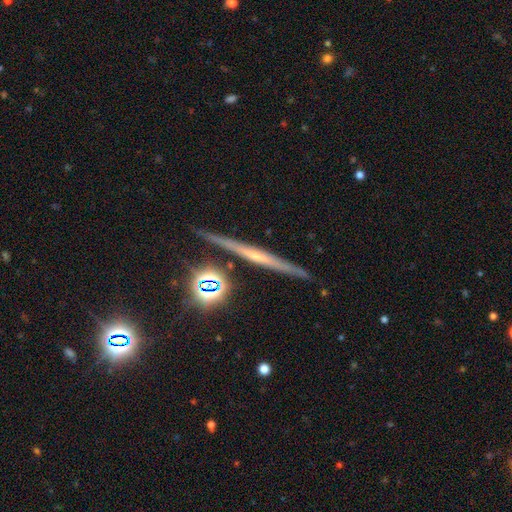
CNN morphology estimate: This appears to be a featured or disk galaxy (66%) viewed edge-on (96%) with no central bulge (47%). Merging: none (88%).